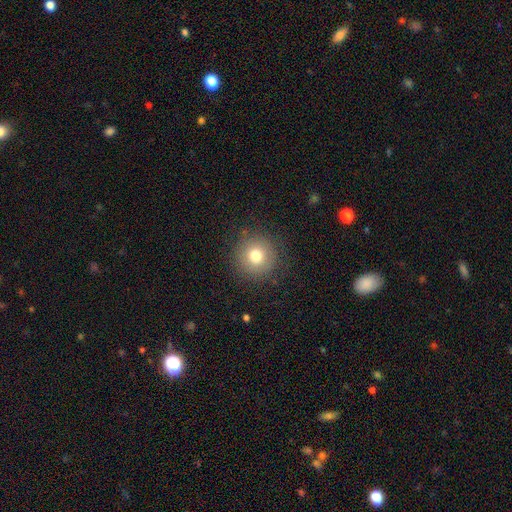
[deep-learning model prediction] A smooth galaxy with no disk features (76%) that is round (95%).

Vote fractions:
- Smooth or featured? smooth: 76% / star or artifact: 12% / featured or disk: 12%
- How rounded? round: 95% / in between: 4% / cigar-shaped: 1%
- Merging? none: 88% / minor disturbance: 7% / major disturbance: 3% / merger: 1%